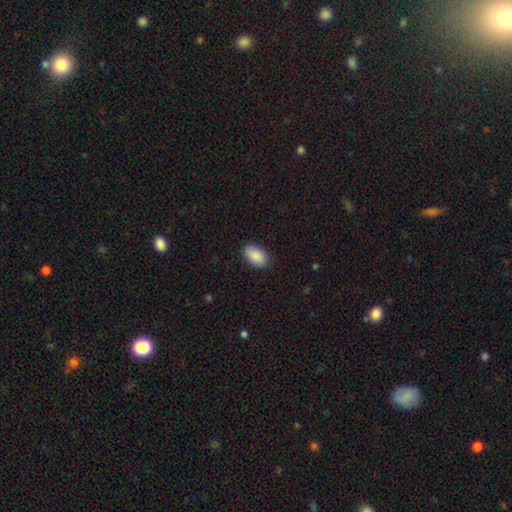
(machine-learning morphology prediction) smooth-or-featured: smooth: 90% | star or artifact: 6% | featured or disk: 4%
  how-rounded: in between: 93% | round: 6% | cigar-shaped: 1%
  merging: none: 87% | minor disturbance: 9% | major disturbance: 2% | merger: 1%